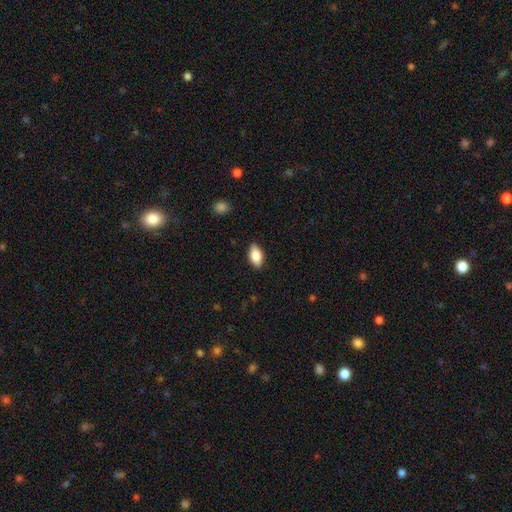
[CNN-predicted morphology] The model was most divided on "smooth or featured": smooth: 82%, featured or disk: 11%, star or artifact: 7%. More confident: how rounded — in between (91%); merging — none (86%).